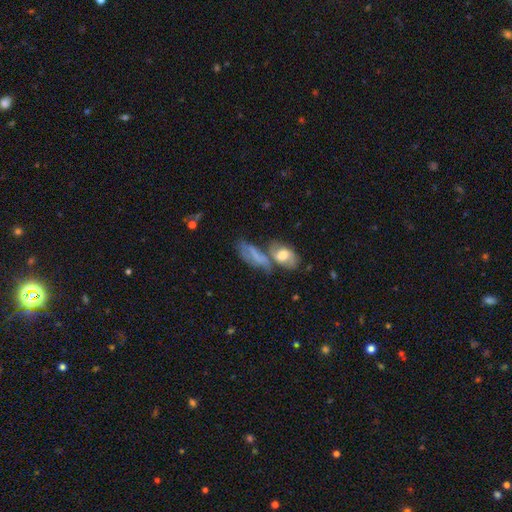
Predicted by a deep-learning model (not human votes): Q: Smooth or featured?
A: smooth (49%); runner-up: featured or disk (39%)
Q: Merging?
A: merger (39%); runner-up: none (30%)